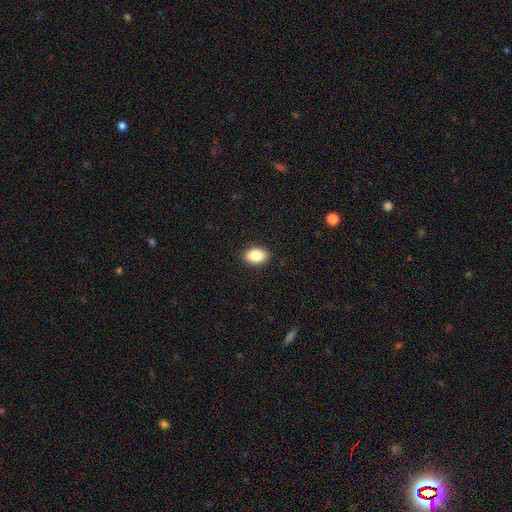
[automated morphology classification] Smooth or featured: smooth — 87% (star or artifact — 8%)
How rounded: in between — 85% (round — 14%)
Merging: none — 89% (minor disturbance — 8%)